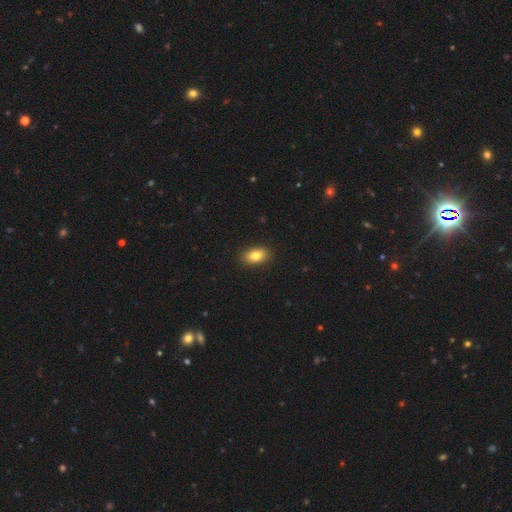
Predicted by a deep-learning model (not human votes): Smooth or featured? Predicted: smooth (p=0.81). How rounded? Predicted: in between (p=0.88). Merging? Predicted: none (p=0.90).